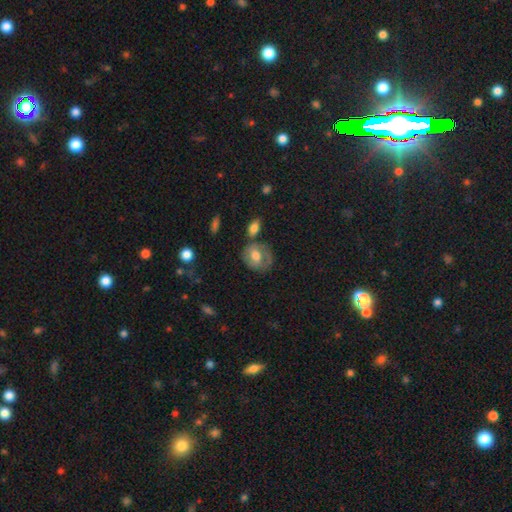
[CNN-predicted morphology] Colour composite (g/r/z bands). It shows a smooth galaxy with no disk features (53%) that is round (60%). Merging: none (57%).